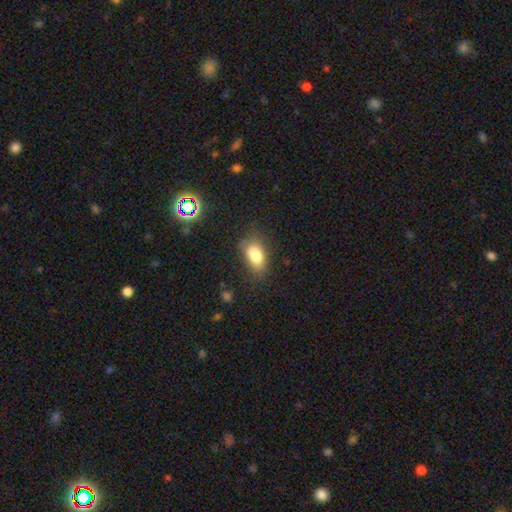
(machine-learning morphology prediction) The model was most divided on "merging": none: 68%, minor disturbance: 22%, major disturbance: 8%, merger: 2%. More confident: how rounded — in between (88%); smooth or featured — smooth (79%).